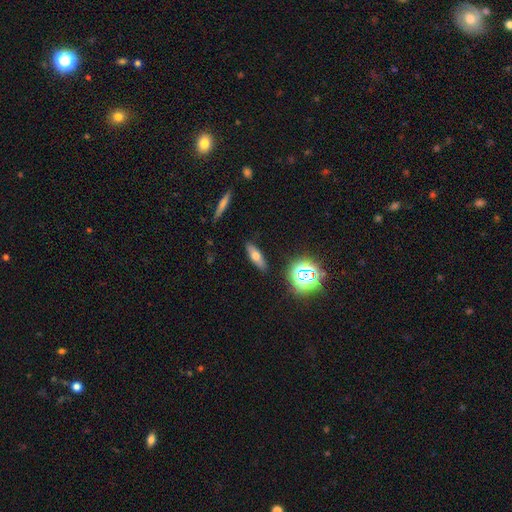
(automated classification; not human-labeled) A smooth galaxy with no disk features (57%) that is cigar-shaped (47%, tied with in between). Merging: none (87%).